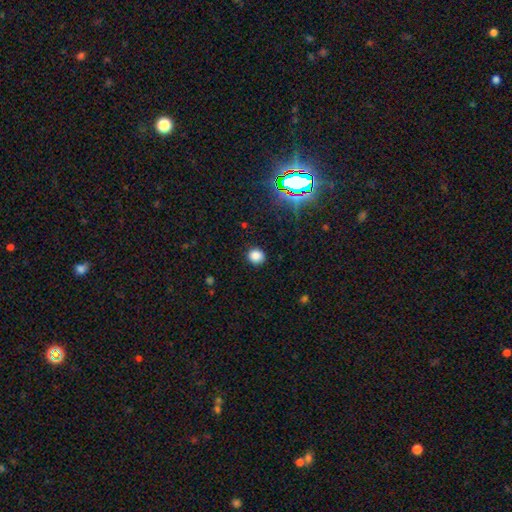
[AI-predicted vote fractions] Smooth or featured? smooth (83%)
How rounded? round (83%)
Merging? none (89%)